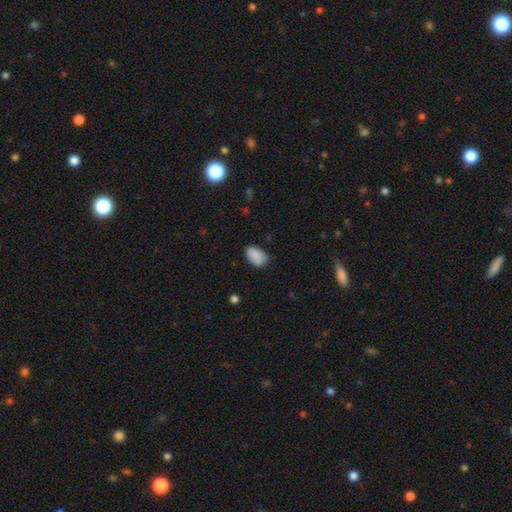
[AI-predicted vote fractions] smooth-or-featured: smooth: 88% | star or artifact: 7% | featured or disk: 5%
  how-rounded: in between: 92% | round: 7% | cigar-shaped: 1%
  merging: none: 73% | minor disturbance: 21% | major disturbance: 4% | merger: 2%